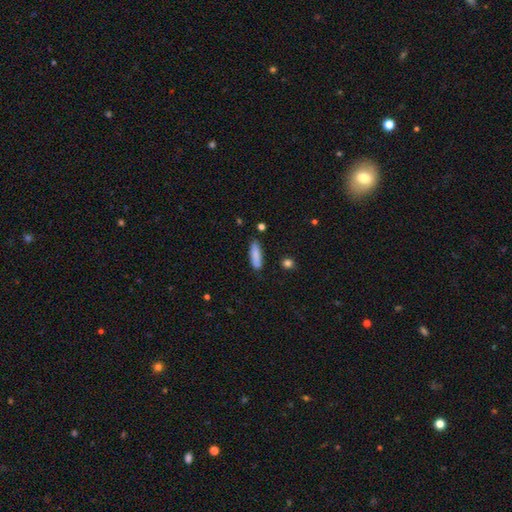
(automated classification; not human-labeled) A smooth galaxy with no disk features (84%) that is cigar-shaped (57%). Merging: none (82%).